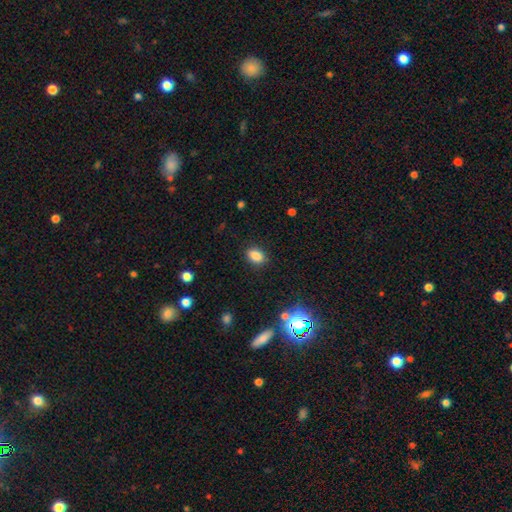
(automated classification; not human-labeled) A smooth galaxy with no disk features (84%) that is in between round and cigar-shaped (76%).

Vote fractions:
- Smooth or featured? smooth: 84% / star or artifact: 11% / featured or disk: 5%
- How rounded? in between: 76% / round: 22% / cigar-shaped: 1%
- Merging? none: 87% / minor disturbance: 9% / major disturbance: 3% / merger: 1%